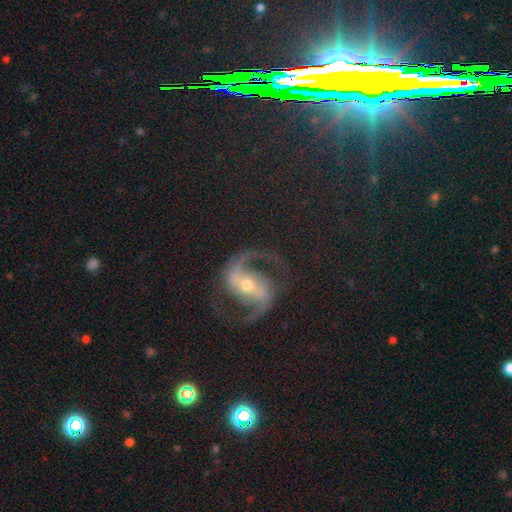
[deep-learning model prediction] Smooth or featured: featured or disk — 84% (star or artifact — 12%)
Edge-on disk: no — 97% (yes — 3%)
Bar: strong — 42% (weak — 30%)
Spiral arms: yes — 97% (no — 3%)
Spiral winding: medium — 51% (loose — 31%)
Spiral arm count: 2 — 90% (can't tell — 3%)
Bulge size: small — 52% (moderate — 44%)
Merging: none — 74% (minor disturbance — 14%)